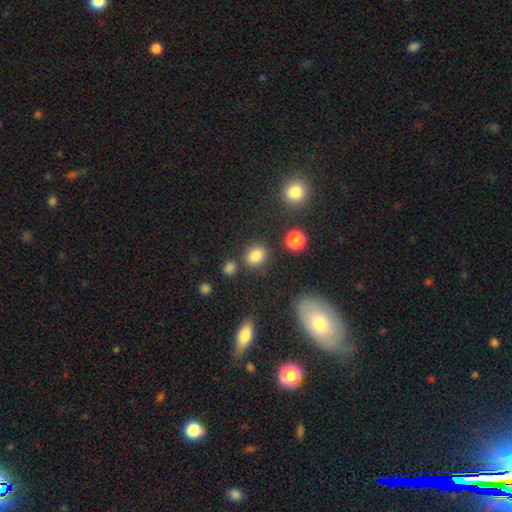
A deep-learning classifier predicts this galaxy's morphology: Smooth or featured: smooth — 81% (star or artifact — 13%)
How rounded: round — 55% (in between — 43%)
Merging: none — 78% (minor disturbance — 11%)